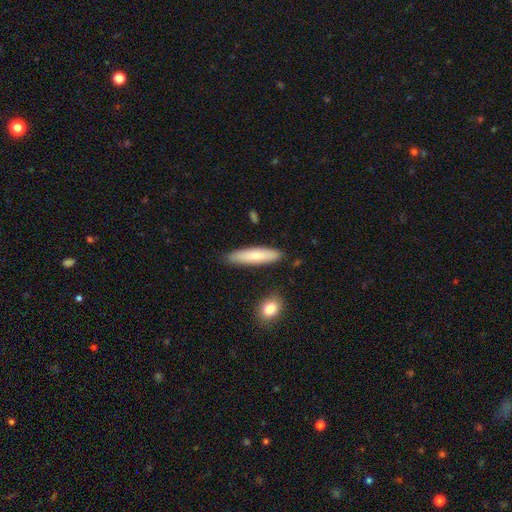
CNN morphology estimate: Overall: smooth (74%). How rounded: cigar-shaped (77%). Merging: none (85%).